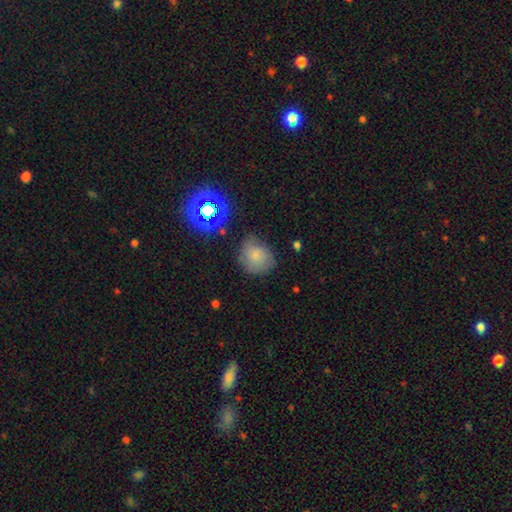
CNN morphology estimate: Q: Smooth or featured?
A: smooth (69%); runner-up: star or artifact (16%)
Q: How rounded?
A: round (73%); runner-up: in between (26%)
Q: Merging?
A: none (62%); runner-up: minor disturbance (26%)